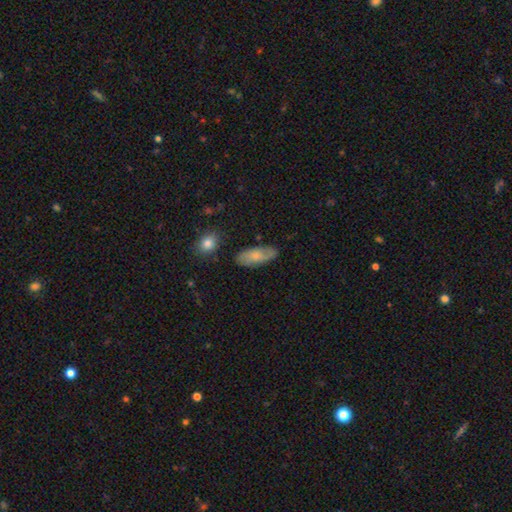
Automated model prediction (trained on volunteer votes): Smooth or featured? Predicted: smooth (p=0.63). How rounded? Predicted: in between (p=0.80). Merging? Predicted: none (p=0.79).